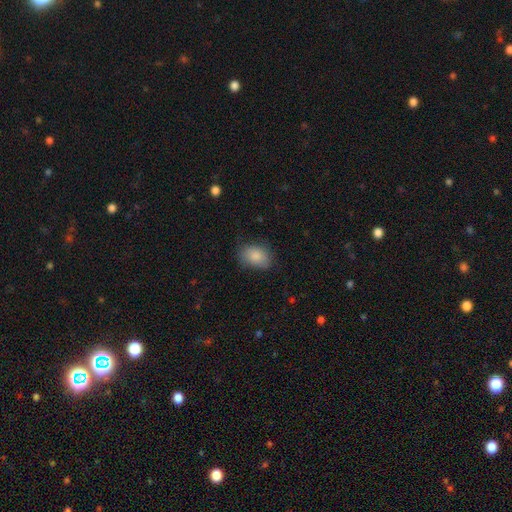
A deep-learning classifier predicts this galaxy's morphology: Smooth or featured: smooth — 87% (star or artifact — 7%)
How rounded: in between — 78% (round — 21%)
Merging: none — 76% (minor disturbance — 19%)